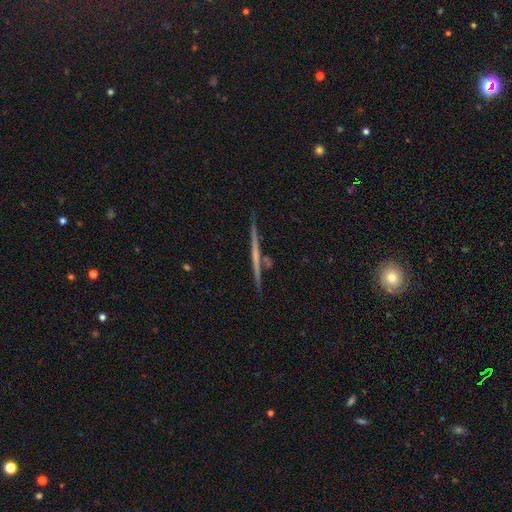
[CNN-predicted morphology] Smooth or featured?
  - featured or disk: 68% *
  - smooth: 25%
  - star or artifact: 7%
Edge-on disk?
  - yes: 98% *
  - no: 2%
Edge-on bulge?
  - none: 78% *
  - rounded: 17%
  - boxy: 5%
Merging?
  - none: 87% *
  - minor disturbance: 7%
  - merger: 4%
  - major disturbance: 2%